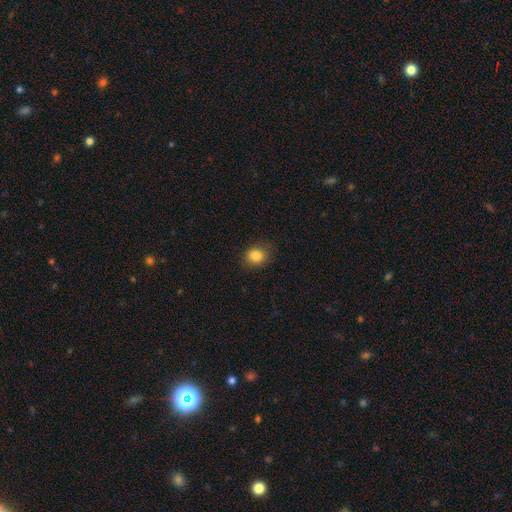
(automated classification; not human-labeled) smooth 84%, star or artifact 10%, featured or disk 5%. Down the decision tree: how rounded — round (66%); merging — none (81%).